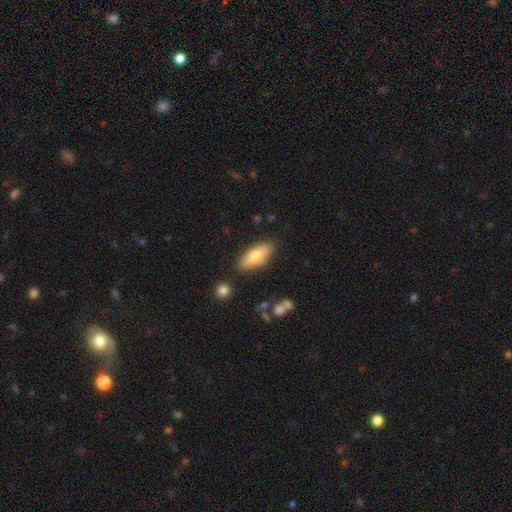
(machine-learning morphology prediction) smooth_or_featured: smooth (p=0.69) [alt: featured or disk p=0.25]
how_rounded: in between (p=0.66) [alt: cigar-shaped p=0.31]
merging: none (p=0.83) [alt: minor disturbance p=0.12]